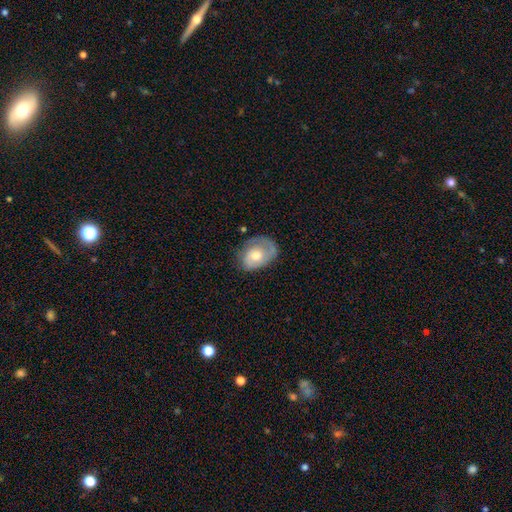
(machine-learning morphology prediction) A featured or disk galaxy (57%) with no bar (78%), spiral arms (77%) and a moderate central bulge (66%). Merging: none (58%).